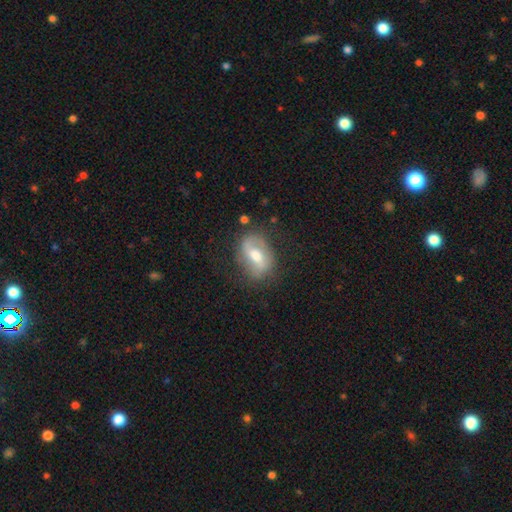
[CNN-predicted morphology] This appears to be a featured or disk galaxy (66%) with a weak bar (45%), spiral arms (76%) and a moderate central bulge (67%). Merging: none (68%).